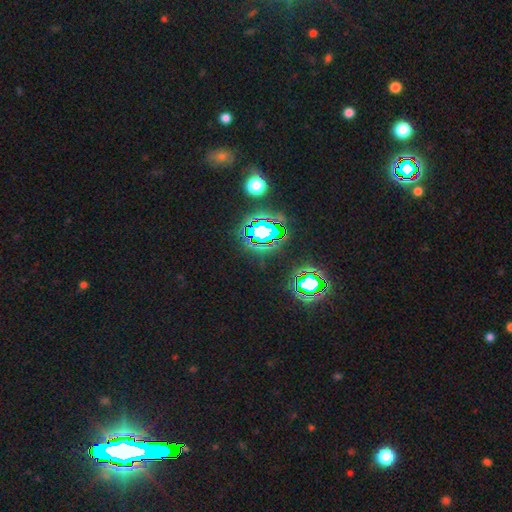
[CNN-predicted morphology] Smooth or featured?
  - star or artifact: 79% *
  - smooth: 13%
  - featured or disk: 8%